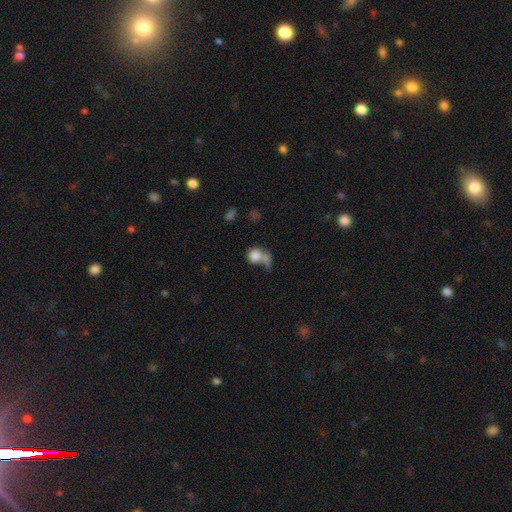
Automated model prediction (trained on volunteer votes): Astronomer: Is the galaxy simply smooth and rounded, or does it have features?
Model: smooth — 78%.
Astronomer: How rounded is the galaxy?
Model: round — 70%.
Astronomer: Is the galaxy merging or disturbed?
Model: merger — 48% (runner-up: none, 26%).